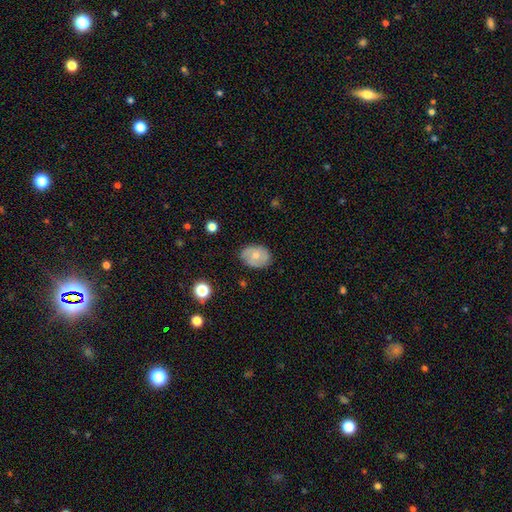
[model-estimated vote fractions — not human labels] smooth 60%, featured or disk 32%, star or artifact 8%. Down the decision tree: how rounded — in between (65%); merging — none (78%).